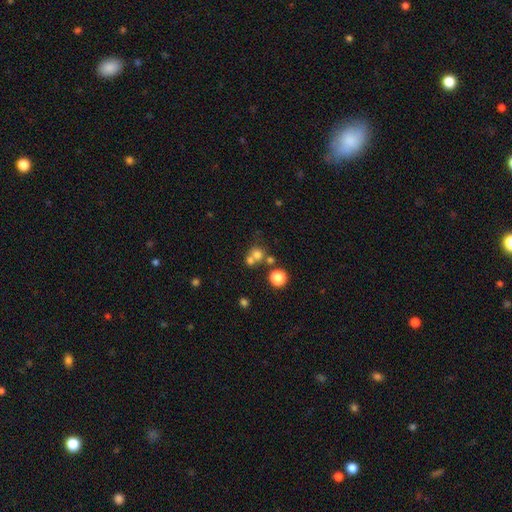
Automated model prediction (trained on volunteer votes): Q: Smooth or featured?
A: smooth (68%); runner-up: star or artifact (19%)
Q: How rounded?
A: round (85%); runner-up: in between (14%)
Q: Merging?
A: none (46%); runner-up: merger (43%)